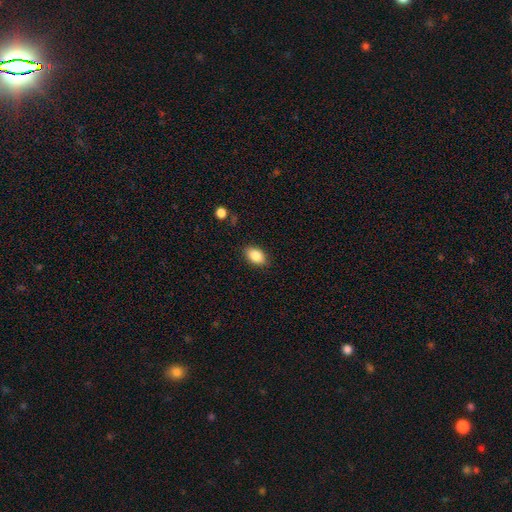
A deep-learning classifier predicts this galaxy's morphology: A smooth galaxy with no disk features (86%) that is in between round and cigar-shaped (90%). Merging: none (87%).